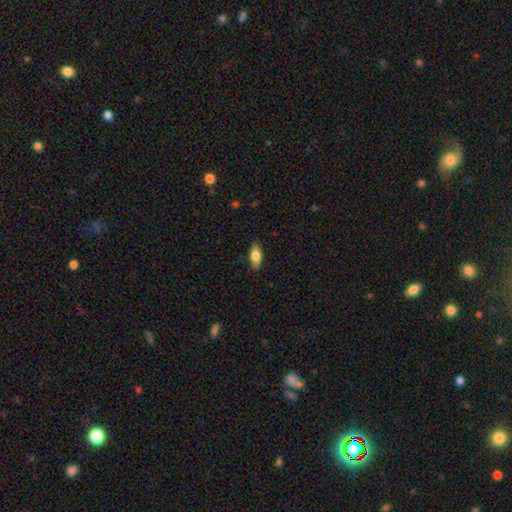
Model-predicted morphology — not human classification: Smooth or featured?
  - smooth: 75% *
  - featured or disk: 19%
  - star or artifact: 6%
How rounded?
  - in between: 82% *
  - cigar-shaped: 15%
  - round: 3%
Merging?
  - none: 86% *
  - minor disturbance: 11%
  - major disturbance: 2%
  - merger: 1%